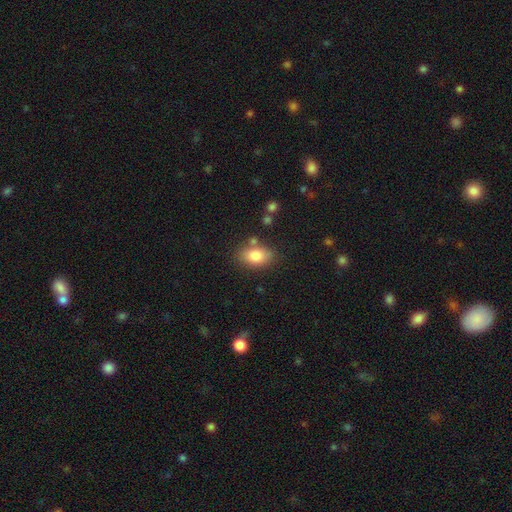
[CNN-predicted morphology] Overall: smooth (82%). How rounded: in between (83%). Merging: none (74%).